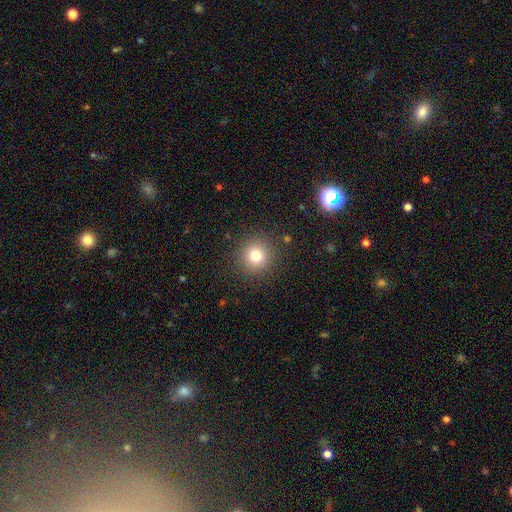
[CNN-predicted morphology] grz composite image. It shows a smooth galaxy with no disk features (77%) that is round (94%). Merging: none (90%).